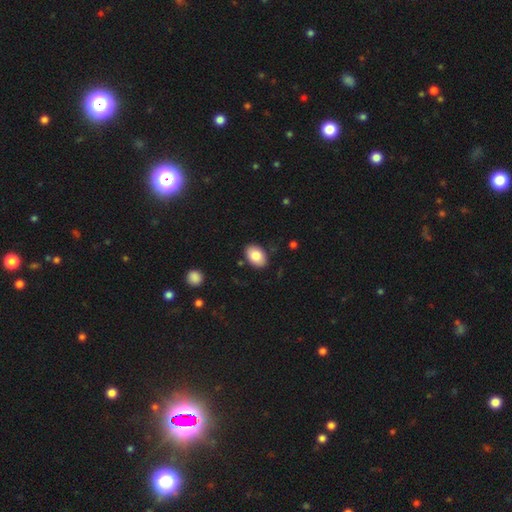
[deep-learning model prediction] Q: Smooth or featured?
A: smooth (84%); runner-up: featured or disk (10%)
Q: How rounded?
A: in between (88%); runner-up: round (11%)
Q: Merging?
A: none (87%); runner-up: minor disturbance (10%)